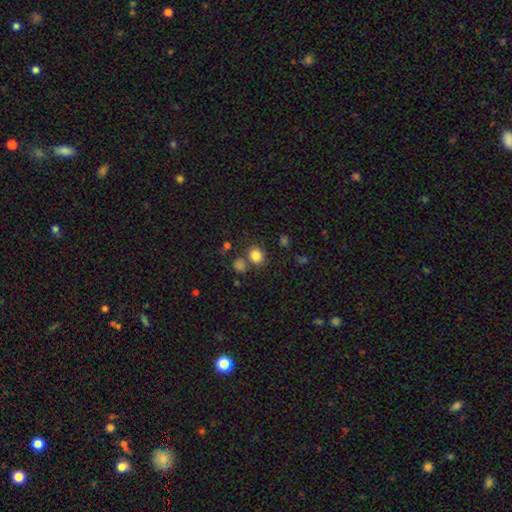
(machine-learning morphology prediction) A smooth galaxy with no disk features (83%) that is round (77%). Merging: none (71%).